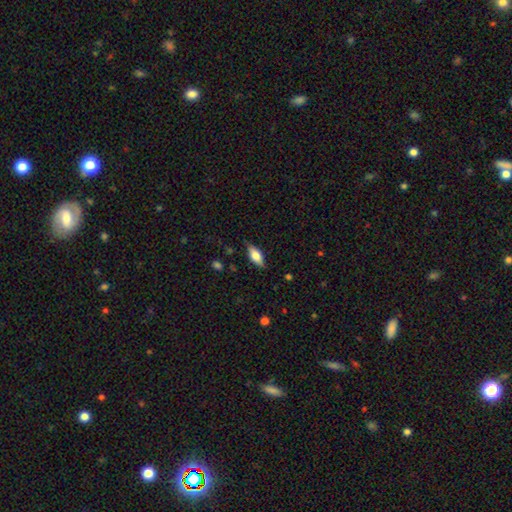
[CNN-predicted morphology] A smooth galaxy with no disk features (69%) that is in between round and cigar-shaped (80%).

Vote fractions:
- Smooth or featured? smooth: 69% / featured or disk: 25% / star or artifact: 7%
- How rounded? in between: 80% / cigar-shaped: 18% / round: 3%
- Merging? none: 82% / minor disturbance: 14% / major disturbance: 3% / merger: 1%